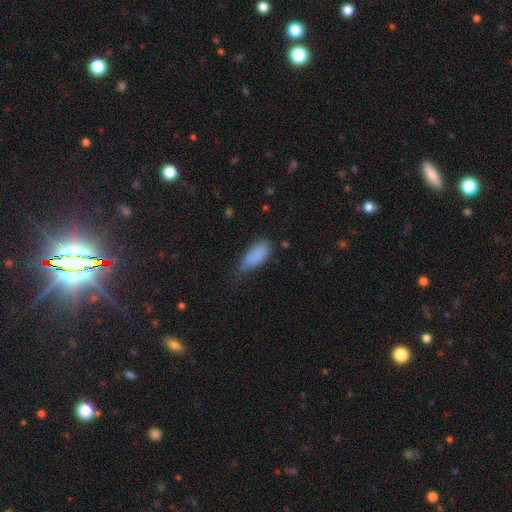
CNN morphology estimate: smooth 86%, star or artifact 8%, featured or disk 7%. Down the decision tree: how rounded — in between (82%); merging — none (48%).